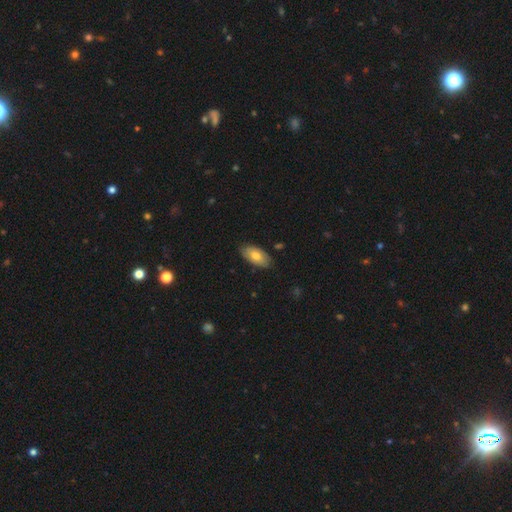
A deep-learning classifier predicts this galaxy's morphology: This appears to be a smooth galaxy with no disk features (73%) that is in between round and cigar-shaped (94%). Merging: none (82%).